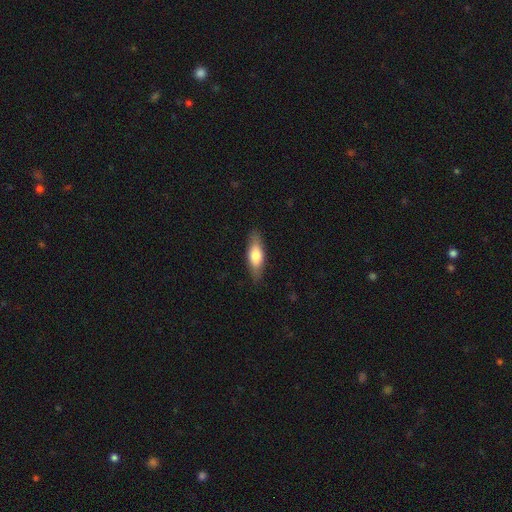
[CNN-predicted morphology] This appears to be a smooth galaxy with no disk features (70%) that is in between round and cigar-shaped (62%). Merging: none (84%).